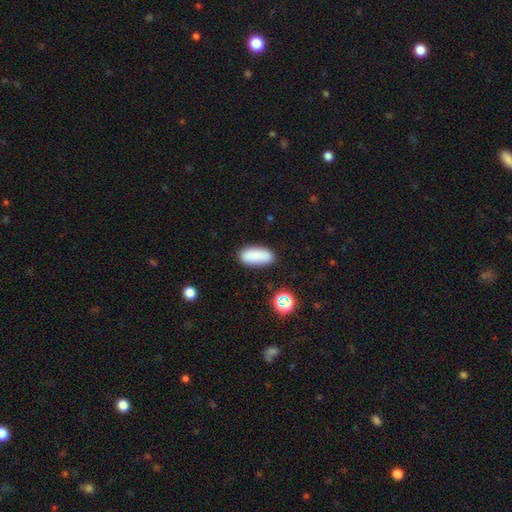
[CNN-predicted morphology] type=smooth (85%); roundness=in between (86%); merging=none (81%).